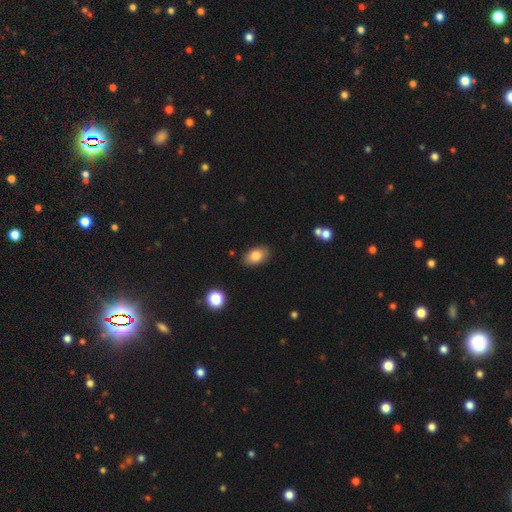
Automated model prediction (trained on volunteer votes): Q: Smooth or featured?
A: smooth (81%); runner-up: featured or disk (10%)
Q: How rounded?
A: in between (88%); runner-up: round (11%)
Q: Merging?
A: none (87%); runner-up: minor disturbance (10%)